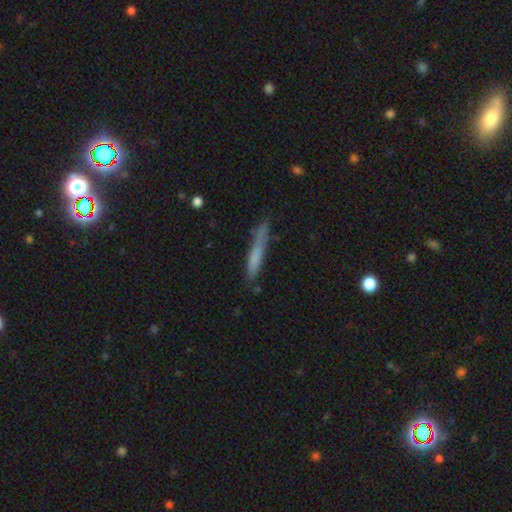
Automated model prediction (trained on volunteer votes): The model was most divided on "merging": none: 66%, minor disturbance: 24%, major disturbance: 6%, merger: 4%. More confident: how rounded — cigar-shaped (94%); smooth or featured — smooth (69%).